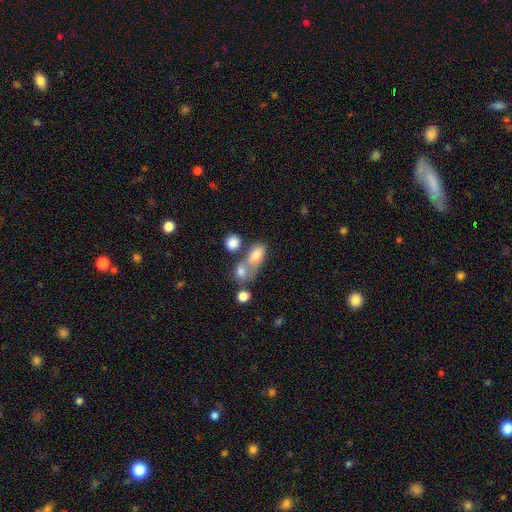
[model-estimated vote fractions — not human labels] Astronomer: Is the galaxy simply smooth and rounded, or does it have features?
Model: smooth — 75%.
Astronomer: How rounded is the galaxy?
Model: in between — 80%.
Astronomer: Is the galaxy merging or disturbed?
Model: merger — 48% (runner-up: none, 30%).